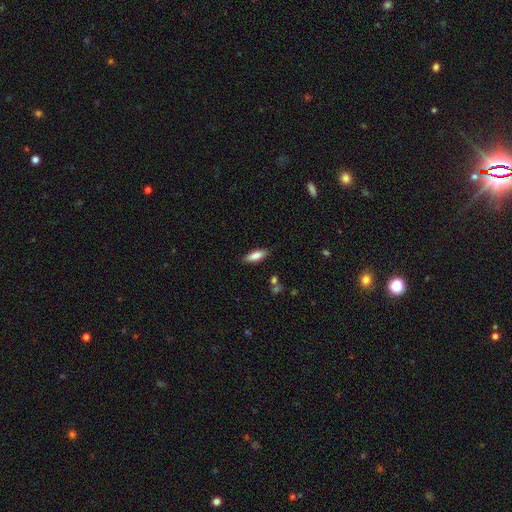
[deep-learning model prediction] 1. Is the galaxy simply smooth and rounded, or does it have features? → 80% smooth, 13% featured or disk, 7% star or artifact.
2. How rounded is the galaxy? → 62% in between, 36% cigar-shaped, 2% round.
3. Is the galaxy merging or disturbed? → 85% none, 11% minor disturbance, 2% major disturbance, 2% merger.